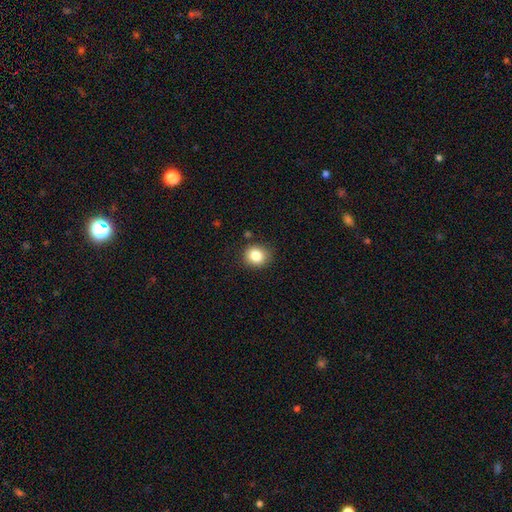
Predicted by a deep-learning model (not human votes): This appears to be a smooth galaxy with no disk features (84%) that is round (79%). Merging: none (85%).